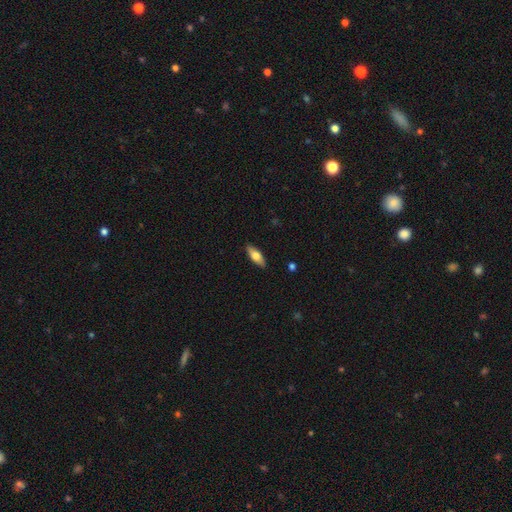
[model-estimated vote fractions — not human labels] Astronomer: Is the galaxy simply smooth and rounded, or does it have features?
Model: smooth — 62%.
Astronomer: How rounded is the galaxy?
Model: in between — 68%.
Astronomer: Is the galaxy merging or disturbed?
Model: none — 88%.